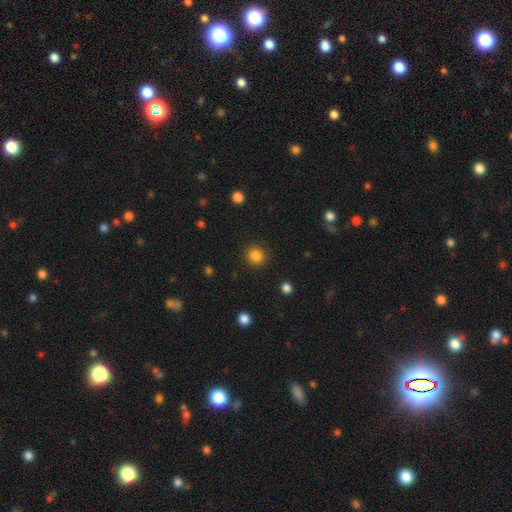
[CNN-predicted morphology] This appears to be a smooth galaxy with no disk features (85%) that is round (89%). Merging: none (91%).